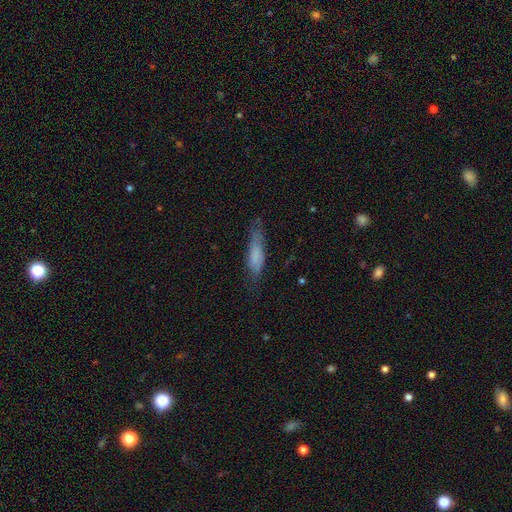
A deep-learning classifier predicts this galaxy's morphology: Q: Smooth or featured?
A: smooth (69%); runner-up: featured or disk (23%)
Q: How rounded?
A: cigar-shaped (64%); runner-up: in between (34%)
Q: Merging?
A: none (57%); runner-up: minor disturbance (29%)